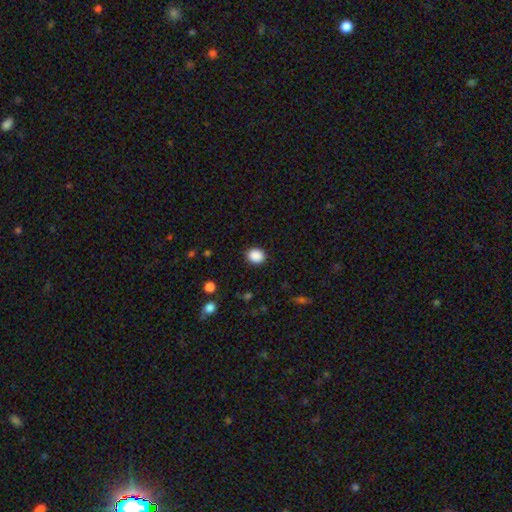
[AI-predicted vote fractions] A smooth galaxy with no disk features (88%) that is round (71%). Merging: none (89%).